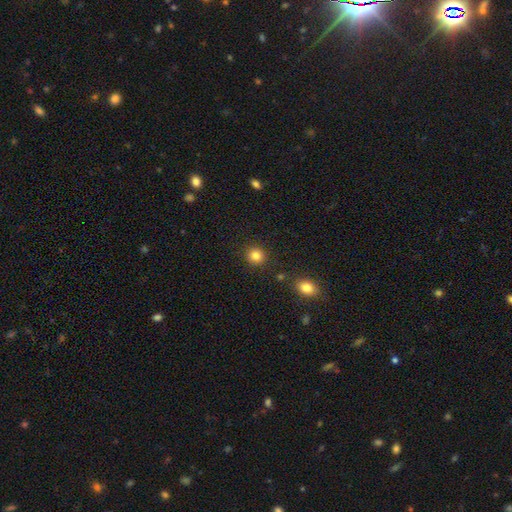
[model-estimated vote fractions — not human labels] This appears to be a smooth galaxy with no disk features (85%) that is round (88%). Merging: none (89%).